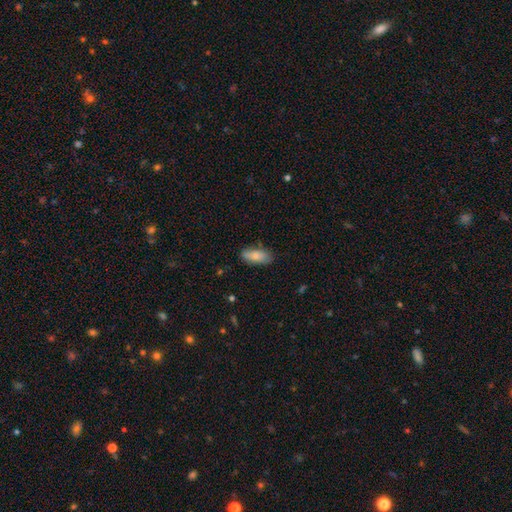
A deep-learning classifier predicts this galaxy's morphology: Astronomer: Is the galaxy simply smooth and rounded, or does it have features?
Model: smooth — 82%.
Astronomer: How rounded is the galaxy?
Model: in between — 82%.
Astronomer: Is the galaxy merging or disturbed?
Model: none — 77%.